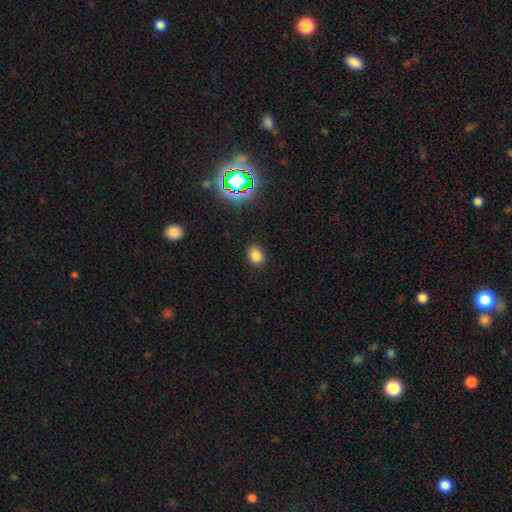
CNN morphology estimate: smooth 79%, star or artifact 16%, featured or disk 5%. Down the decision tree: how rounded — in between (62%); merging — none (84%).